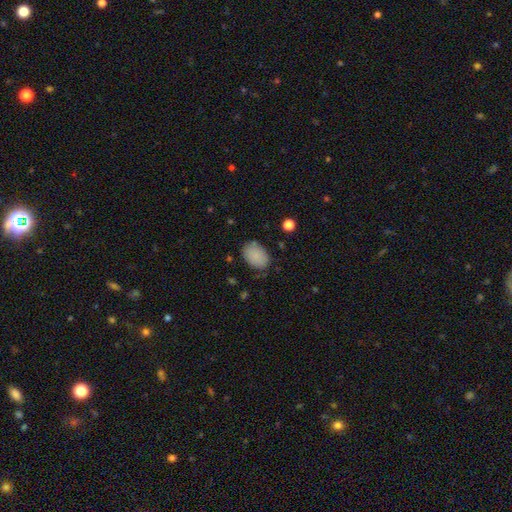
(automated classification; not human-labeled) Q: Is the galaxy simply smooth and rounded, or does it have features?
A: smooth — 86%.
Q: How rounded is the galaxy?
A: in between — 85%.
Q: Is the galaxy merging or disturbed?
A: none — 80%.